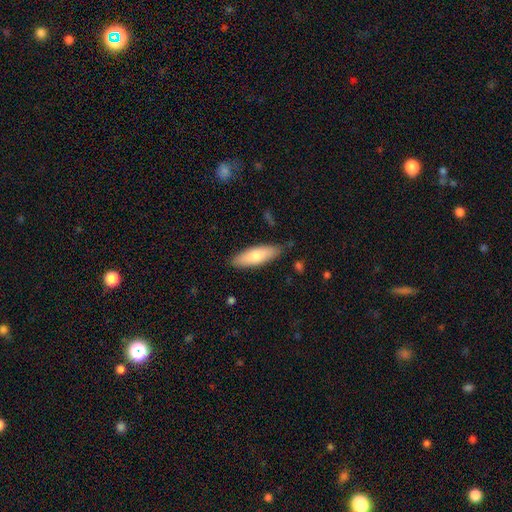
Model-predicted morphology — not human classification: This is likely a smooth galaxy (74%). How rounded: possibly in between (57%). Merging: clearly none (85%).